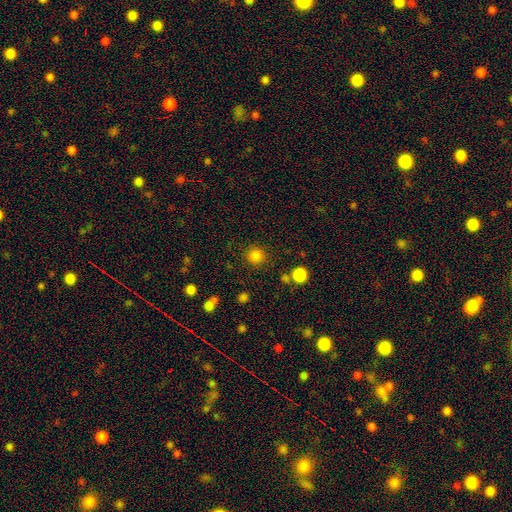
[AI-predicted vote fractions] The model was most divided on "smooth or featured": smooth: 83%, star or artifact: 13%, featured or disk: 4%. More confident: how rounded — round (93%); merging — none (86%).